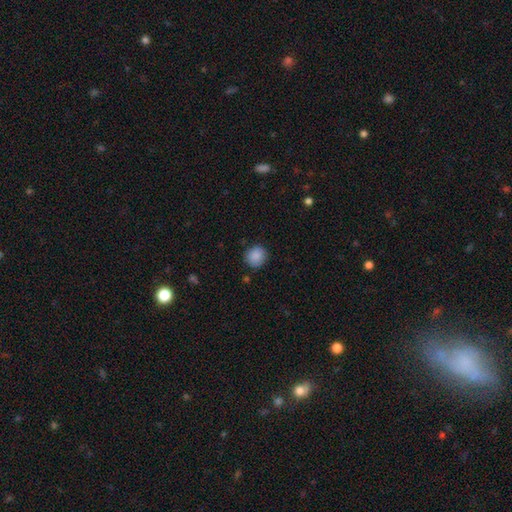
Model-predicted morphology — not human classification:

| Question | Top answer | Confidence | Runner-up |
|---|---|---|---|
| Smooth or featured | smooth | 88% | star or artifact (8%) |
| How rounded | round | 86% | in between (13%) |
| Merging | none | 85% | minor disturbance (10%) |